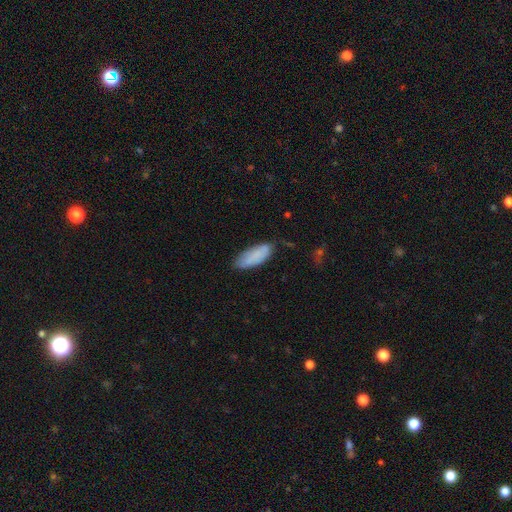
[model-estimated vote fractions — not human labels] This is clearly a smooth galaxy (83%). How rounded: likely in between (74%). Merging: likely none (70%).